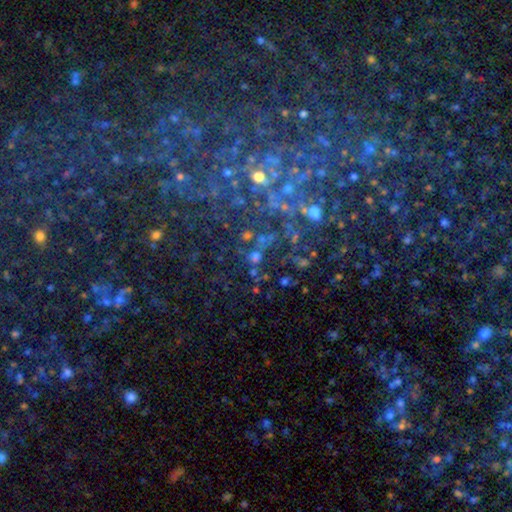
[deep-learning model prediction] Smooth or featured? star or artifact (46%)